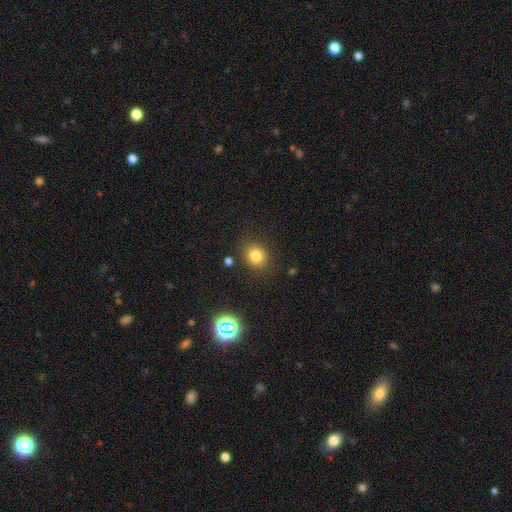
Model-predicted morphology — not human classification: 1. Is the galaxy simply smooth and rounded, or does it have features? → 80% smooth, 13% star or artifact, 7% featured or disk.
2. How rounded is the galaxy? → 68% round, 31% in between, 1% cigar-shaped.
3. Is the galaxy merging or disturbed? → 84% none, 10% minor disturbance, 4% major disturbance, 3% merger.